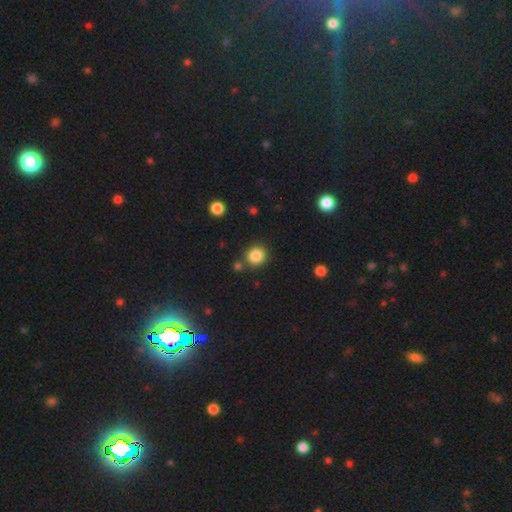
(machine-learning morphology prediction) Overall: smooth (85%). How rounded: round (88%). Merging: none (82%).